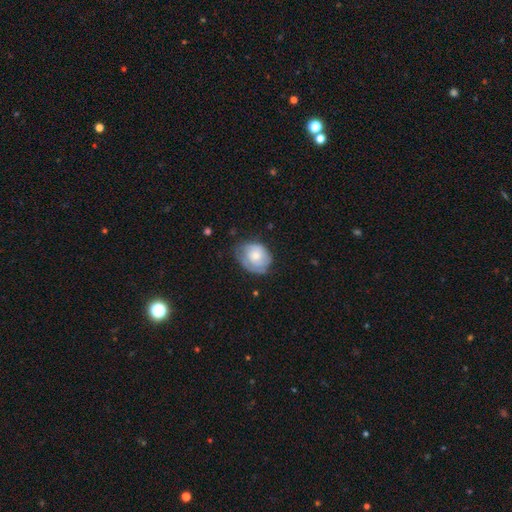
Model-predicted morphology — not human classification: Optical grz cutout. It shows a featured or disk galaxy (48%). Merging: none (55%).